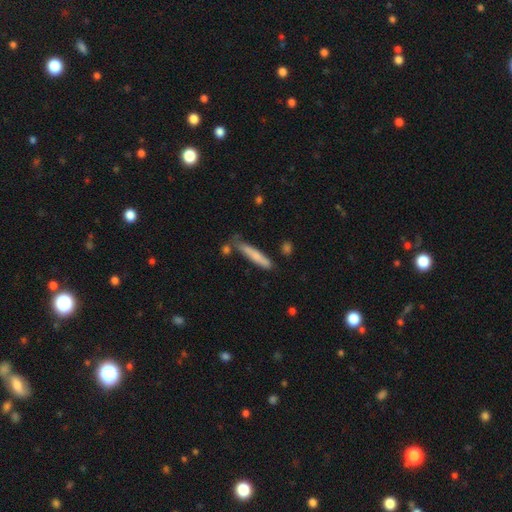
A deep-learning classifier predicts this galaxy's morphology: A smooth galaxy with no disk features (71%) that is cigar-shaped (92%).

Vote fractions:
- Smooth or featured? smooth: 71% / featured or disk: 23% / star or artifact: 6%
- How rounded? cigar-shaped: 92% / in between: 7% / round: 1%
- Merging? none: 68% / minor disturbance: 20% / merger: 7% / major disturbance: 4%